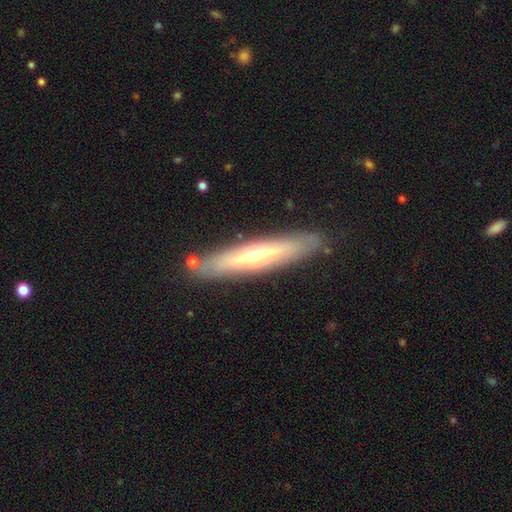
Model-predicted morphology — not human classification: This appears to be a featured or disk galaxy (59%) viewed edge-on (76%). Merging: none (84%).